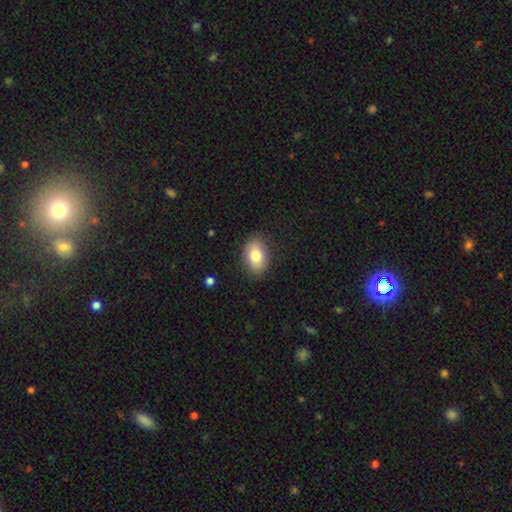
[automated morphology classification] This is clearly a smooth galaxy (80%). How rounded: clearly in between (85%). Merging: clearly none (85%).